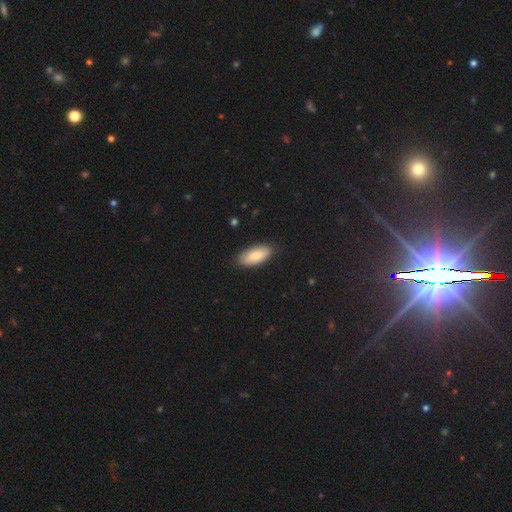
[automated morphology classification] The model was most divided on "merging": none: 85%, minor disturbance: 12%, major disturbance: 2%, merger: 1%. More confident: how rounded — in between (88%); smooth or featured — smooth (84%).